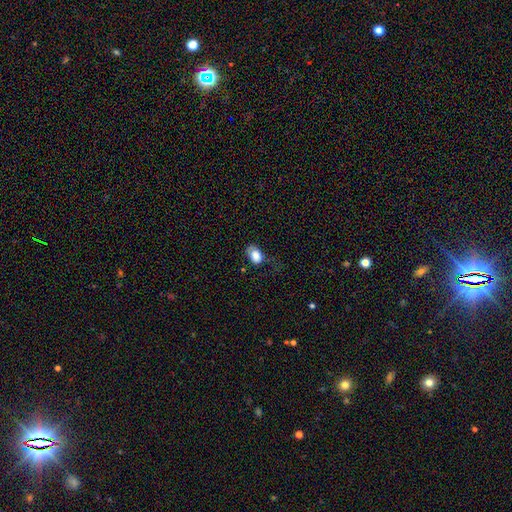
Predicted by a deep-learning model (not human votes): smooth 83%, featured or disk 9%, star or artifact 8%. Down the decision tree: how rounded — in between (81%); merging — none (40%).